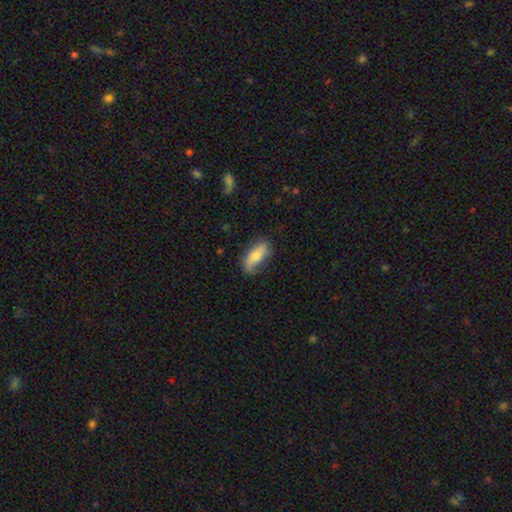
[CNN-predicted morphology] smooth-or-featured: smooth: 59% | featured or disk: 34% | star or artifact: 7%
  how-rounded: in between: 75% | cigar-shaped: 21% | round: 3%
  merging: none: 63% | minor disturbance: 26% | major disturbance: 9% | merger: 2%